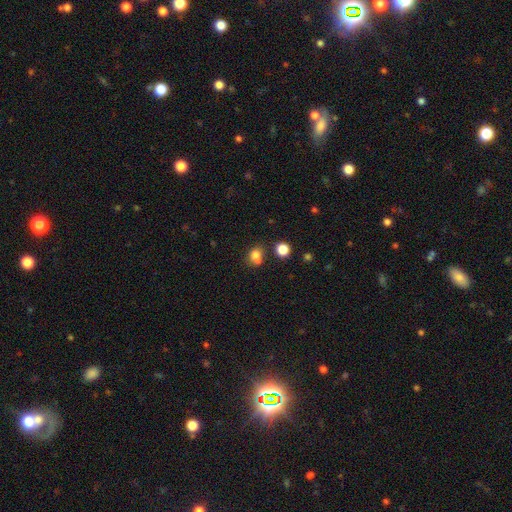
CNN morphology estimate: Smooth or featured? Predicted: smooth (p=0.77). How rounded? Predicted: round (p=0.62). Merging? Predicted: none (p=0.46).